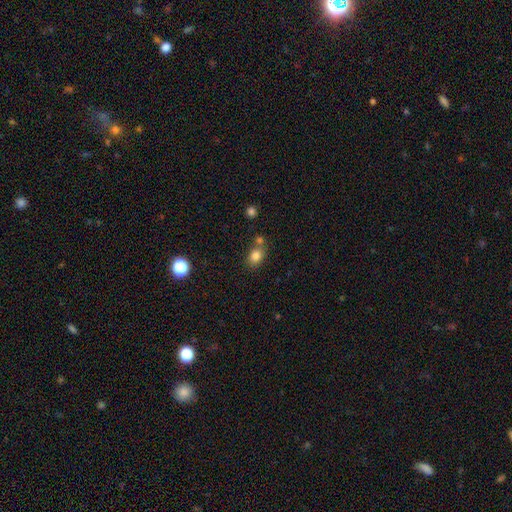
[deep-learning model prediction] This is clearly a smooth galaxy (81%). How rounded: possibly in between (60%). Merging: likely none (62%).